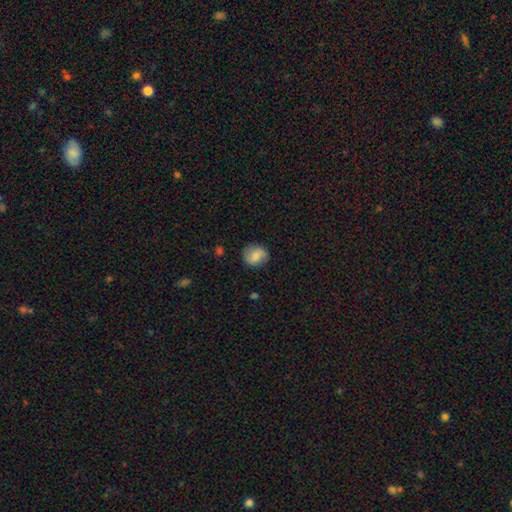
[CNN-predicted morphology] type=smooth (72%); roundness=round (77%); merging=none (79%).